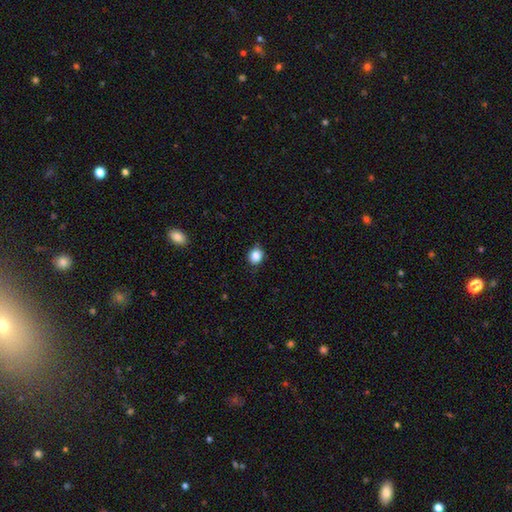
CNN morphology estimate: Overall: smooth (85%). How rounded: round (75%). Merging: none (84%).